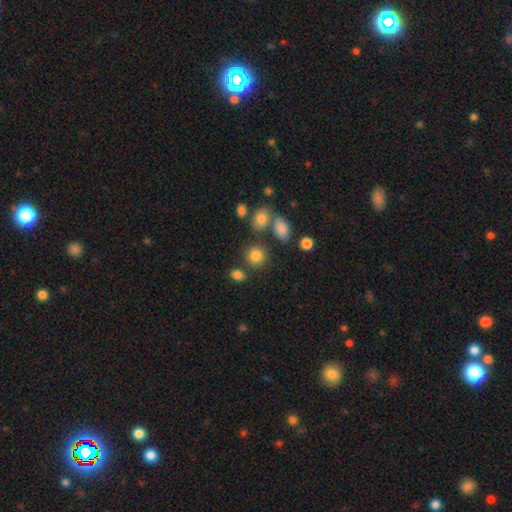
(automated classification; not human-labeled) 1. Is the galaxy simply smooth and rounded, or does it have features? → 82% smooth, 12% star or artifact, 6% featured or disk.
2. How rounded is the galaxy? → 83% round, 16% in between, 1% cigar-shaped.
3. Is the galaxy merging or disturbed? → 74% none, 11% merger, 11% minor disturbance, 4% major disturbance.